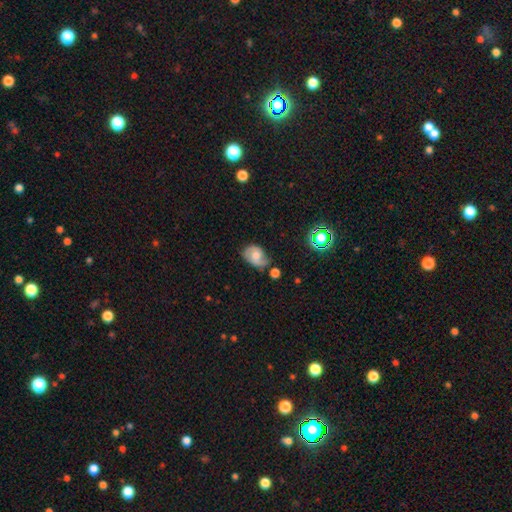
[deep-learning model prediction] This appears to be a featured or disk galaxy (55%) with no bar (61%), spiral arms (87%) and a moderate central bulge (56%). Merging: none (50%).